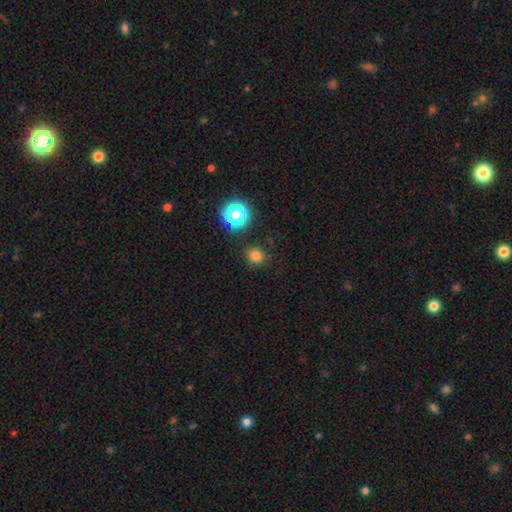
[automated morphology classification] Q: Smooth or featured?
A: smooth (76%); runner-up: star or artifact (19%)
Q: How rounded?
A: round (90%); runner-up: in between (9%)
Q: Merging?
A: none (88%); runner-up: minor disturbance (8%)